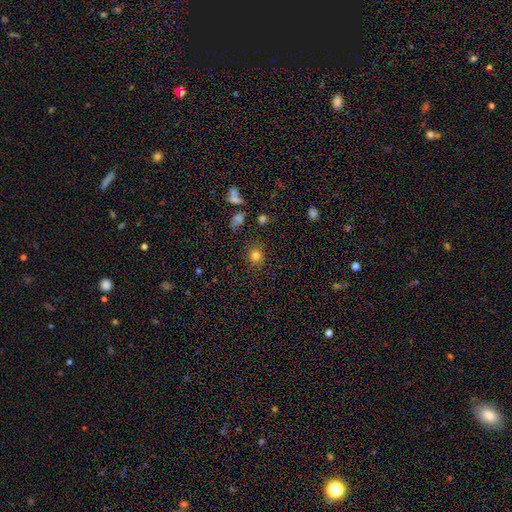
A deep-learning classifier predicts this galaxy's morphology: A smooth galaxy with no disk features (80%) that is round (84%). Merging: none (85%).